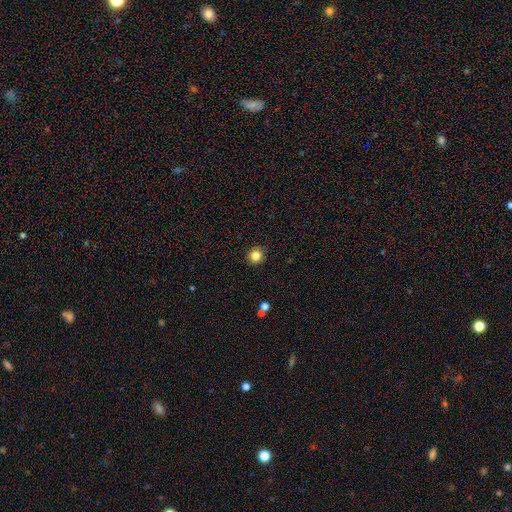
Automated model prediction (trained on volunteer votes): A smooth galaxy with no disk features (83%) that is round (85%).

Vote fractions:
- Smooth or featured? smooth: 83% / star or artifact: 11% / featured or disk: 6%
- How rounded? round: 85% / in between: 14% / cigar-shaped: 1%
- Merging? none: 90% / minor disturbance: 7% / major disturbance: 2% / merger: 1%